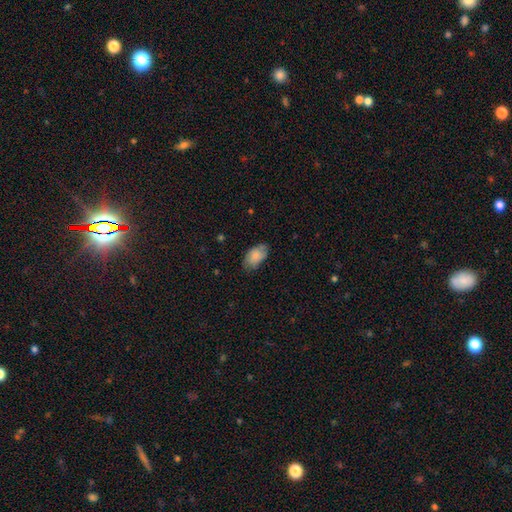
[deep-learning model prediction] Morphology: type=smooth (83%); roundness=in between (93%); merging=none (70%).